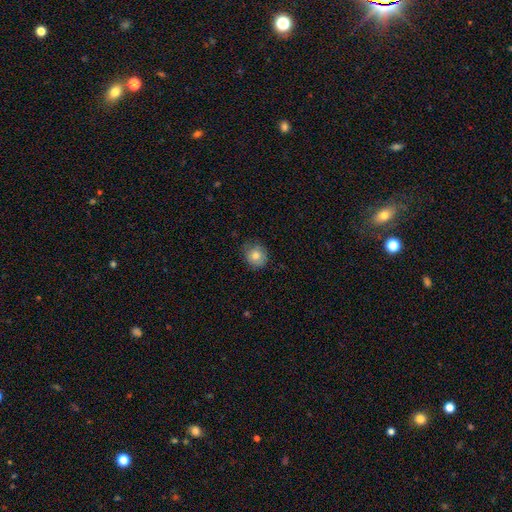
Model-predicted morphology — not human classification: smooth-or-featured: smooth: 77% | featured or disk: 14% | star or artifact: 9%
  how-rounded: round: 83% | in between: 16% | cigar-shaped: 1%
  merging: none: 73% | minor disturbance: 22% | major disturbance: 4% | merger: 1%